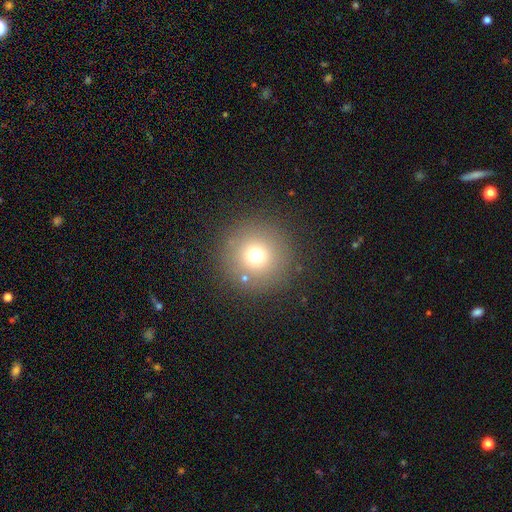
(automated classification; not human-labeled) This appears to be a smooth galaxy with no disk features (71%) that is round (97%). Merging: none (87%).